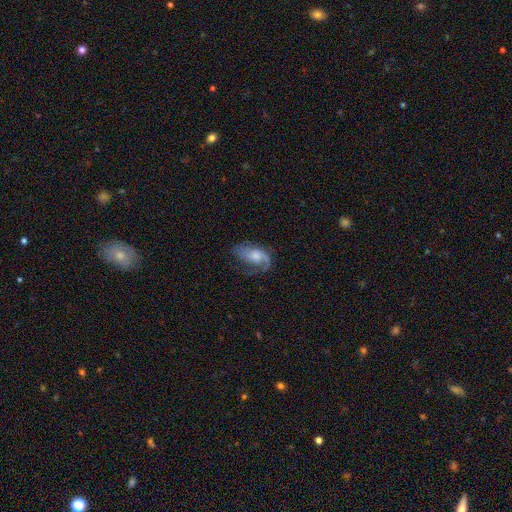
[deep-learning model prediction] smooth-or-featured: featured or disk: 73% | smooth: 21% | star or artifact: 6%
  disk-edge-on: no: 96% | yes: 4%
    bar: no: 63% | weak: 31% | strong: 5%
    has-spiral-arms: yes: 92% | no: 8%
      spiral-winding: medium: 43% | loose: 39% | tight: 19%
      spiral-arm-count: 2: 51% | 1: 35% | can't tell: 8% | 3: 3% | 4: 1% | more than 4: 1%
    bulge-size: moderate: 48% | small: 23% | large: 17% | none: 9% | dominant: 2%
  merging: none: 55% | minor disturbance: 22% | major disturbance: 21% | merger: 2%